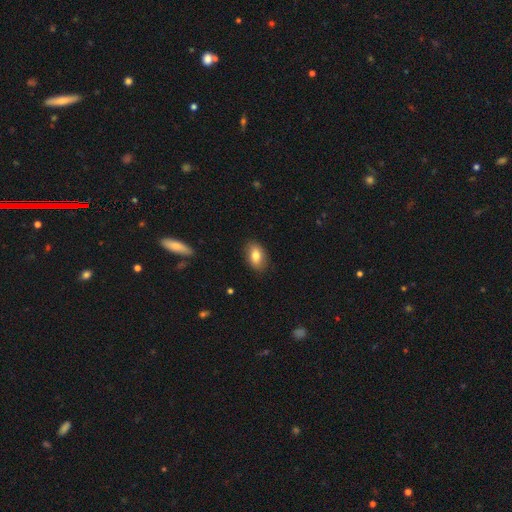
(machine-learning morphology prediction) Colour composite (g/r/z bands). It shows a smooth galaxy with no disk features (80%) that is in between round and cigar-shaped (88%). Merging: none (86%).